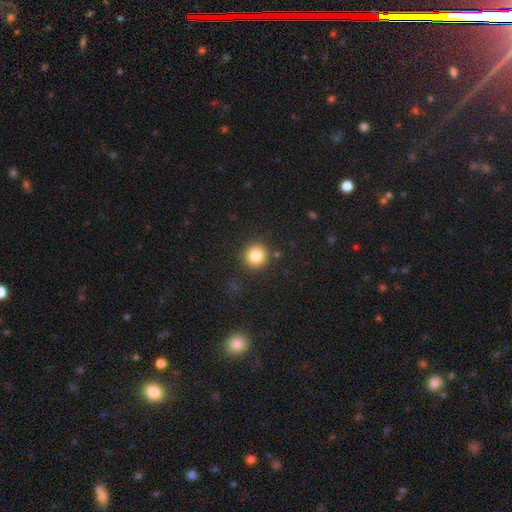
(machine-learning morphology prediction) This is clearly a smooth galaxy (84%). How rounded: clearly round (93%). Merging: clearly none (89%).